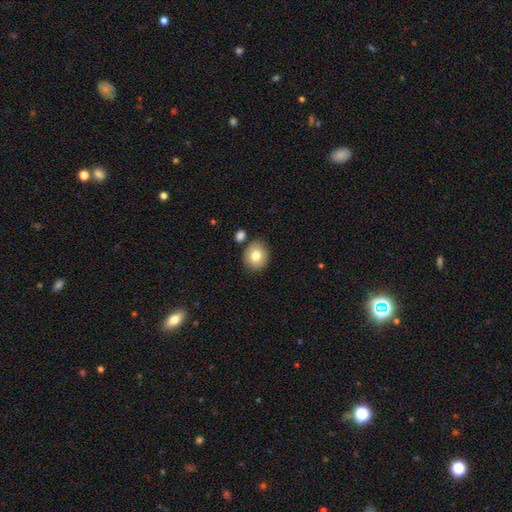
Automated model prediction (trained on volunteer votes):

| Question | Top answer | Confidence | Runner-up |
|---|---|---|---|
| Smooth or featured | smooth | 79% | featured or disk (12%) |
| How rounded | round | 73% | in between (26%) |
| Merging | none | 80% | minor disturbance (10%) |